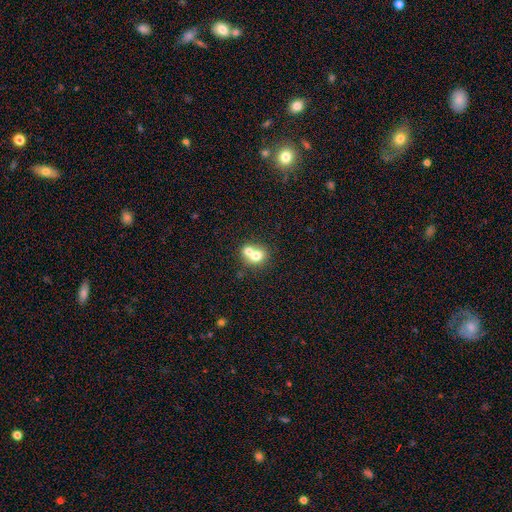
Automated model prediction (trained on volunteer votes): A smooth galaxy with no disk features (69%) that is round (70%).

Vote fractions:
- Smooth or featured? smooth: 69% / featured or disk: 21% / star or artifact: 10%
- How rounded? round: 70% / in between: 29% / cigar-shaped: 1%
- Merging? merger: 67% / none: 26% / minor disturbance: 5% / major disturbance: 2%